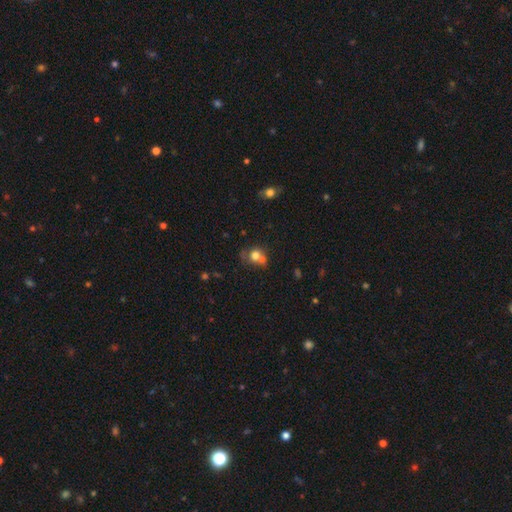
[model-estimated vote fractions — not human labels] Smooth or featured?
  - smooth: 72% *
  - featured or disk: 15%
  - star or artifact: 13%
How rounded?
  - round: 73% *
  - in between: 25%
  - cigar-shaped: 1%
Merging?
  - none: 39% *
  - merger: 38%
  - minor disturbance: 14%
  - major disturbance: 8%